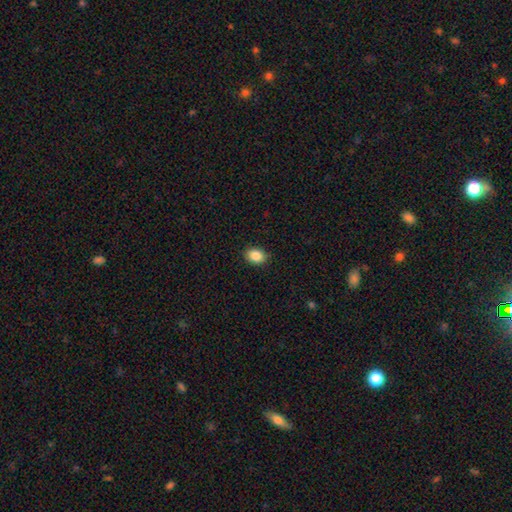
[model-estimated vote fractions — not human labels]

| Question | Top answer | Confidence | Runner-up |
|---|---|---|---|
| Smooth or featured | smooth | 87% | star or artifact (8%) |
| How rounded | in between | 65% | round (34%) |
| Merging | none | 90% | minor disturbance (7%) |